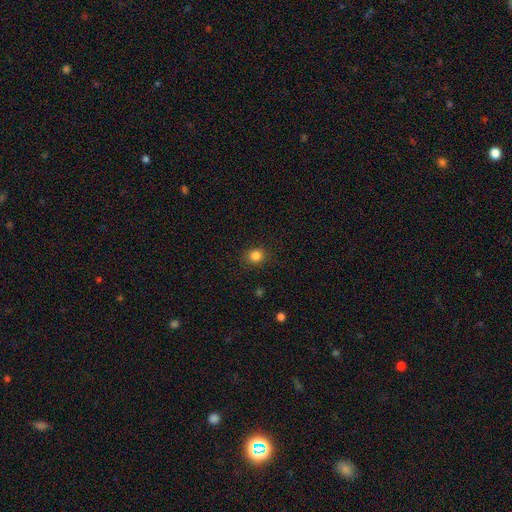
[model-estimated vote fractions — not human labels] A smooth galaxy with no disk features (85%) that is round (82%). Merging: none (88%).